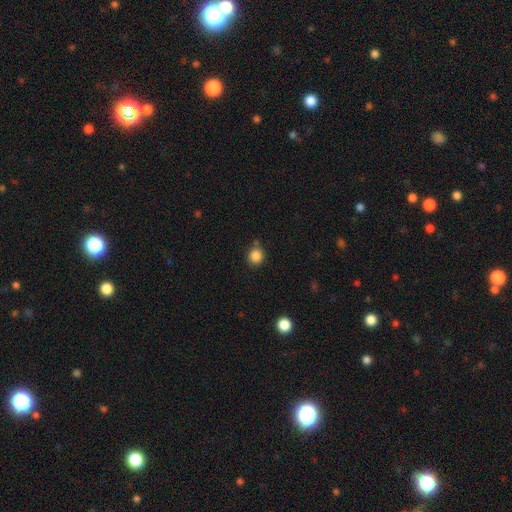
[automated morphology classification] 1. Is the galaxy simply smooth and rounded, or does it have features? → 85% smooth, 11% star or artifact, 4% featured or disk.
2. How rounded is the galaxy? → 88% round, 11% in between, 1% cigar-shaped.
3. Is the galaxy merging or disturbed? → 81% none, 11% minor disturbance, 5% merger, 3% major disturbance.